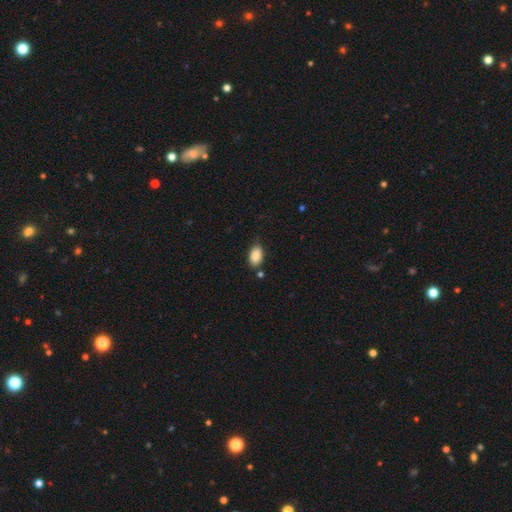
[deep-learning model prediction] Smooth or featured?
  - smooth: 87% *
  - star or artifact: 7%
  - featured or disk: 5%
How rounded?
  - in between: 91% *
  - round: 8%
  - cigar-shaped: 2%
Merging?
  - none: 75% *
  - minor disturbance: 17%
  - merger: 4%
  - major disturbance: 3%